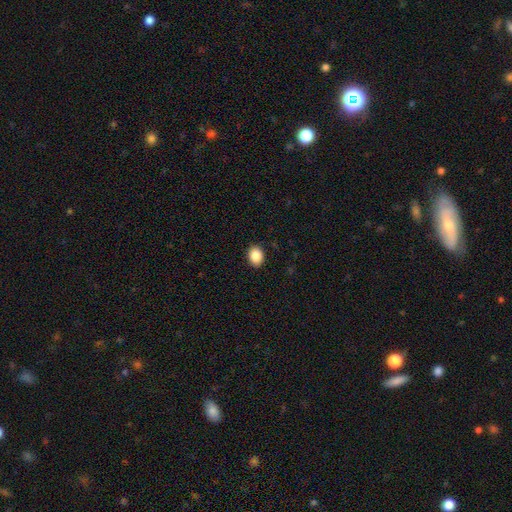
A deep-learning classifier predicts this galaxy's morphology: smooth-or-featured: smooth: 88% | star or artifact: 8% | featured or disk: 4%
  how-rounded: in between: 63% | round: 36% | cigar-shaped: 1%
  merging: none: 90% | minor disturbance: 7% | major disturbance: 2% | merger: 1%